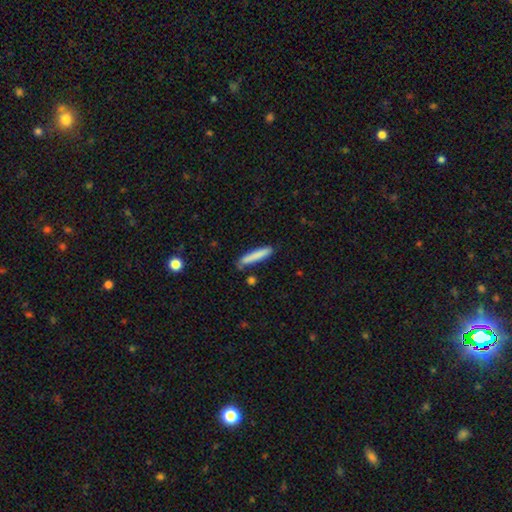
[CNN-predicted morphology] The model was most divided on "merging": none: 80%, minor disturbance: 13%, merger: 4%, major disturbance: 2%. More confident: how rounded — cigar-shaped (91%); smooth or featured — smooth (82%).